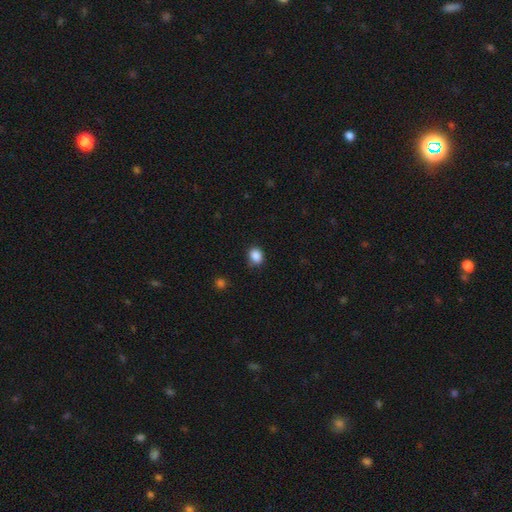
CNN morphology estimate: A smooth galaxy with no disk features (87%) that is round (60%).

Vote fractions:
- Smooth or featured? smooth: 87% / star or artifact: 10% / featured or disk: 3%
- How rounded? round: 60% / in between: 40% / cigar-shaped: 1%
- Merging? none: 78% / minor disturbance: 17% / major disturbance: 3% / merger: 2%